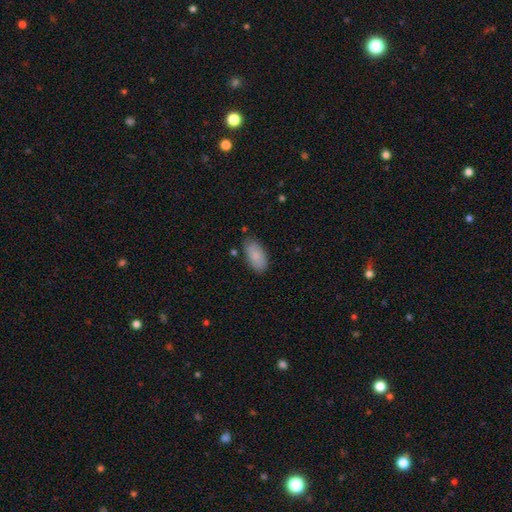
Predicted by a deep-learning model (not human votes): smooth_or_featured: smooth (p=0.87) [alt: featured or disk p=0.07]
how_rounded: in between (p=0.93) [alt: cigar-shaped p=0.04]
merging: none (p=0.77) [alt: minor disturbance p=0.17]